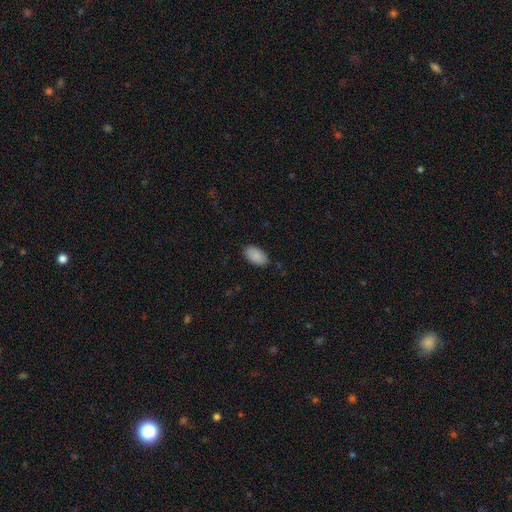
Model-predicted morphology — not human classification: Overall: smooth (89%). How rounded: in between (95%). Merging: none (83%).